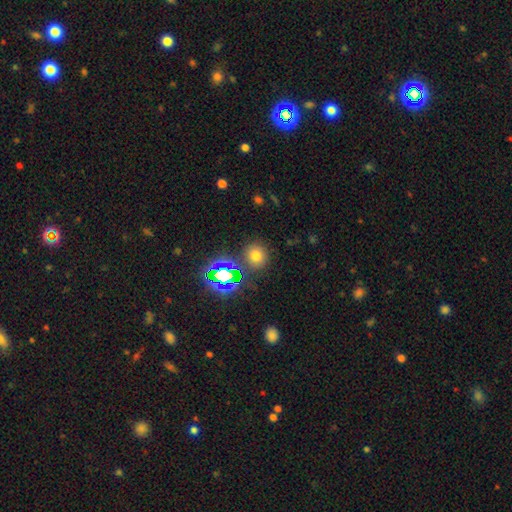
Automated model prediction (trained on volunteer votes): smooth_or_featured: smooth (p=0.65) [alt: star or artifact p=0.27]
how_rounded: round (p=0.84) [alt: in between p=0.14]
merging: none (p=0.83) [alt: minor disturbance p=0.08]